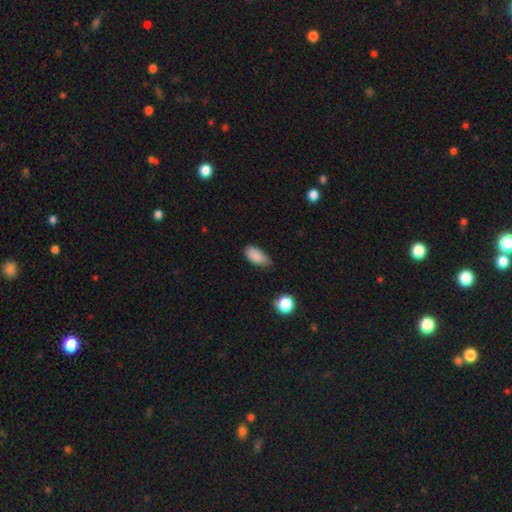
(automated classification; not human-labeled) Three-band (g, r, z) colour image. It shows a smooth galaxy with no disk features (86%) that is in between round and cigar-shaped (91%). Merging: none (61%).